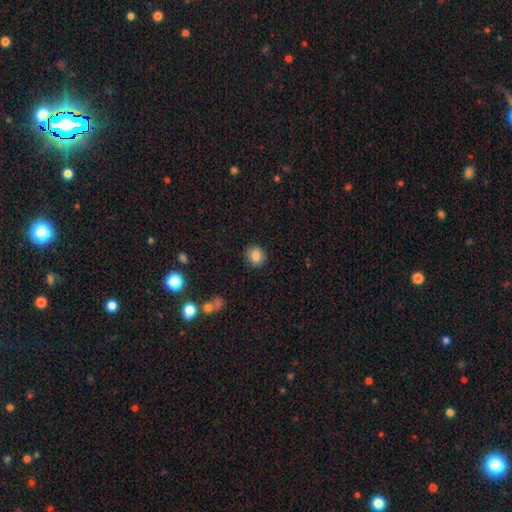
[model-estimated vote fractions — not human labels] Smooth or featured? Predicted: smooth (p=0.84). How rounded? Predicted: round (p=0.81). Merging? Predicted: none (p=0.90).